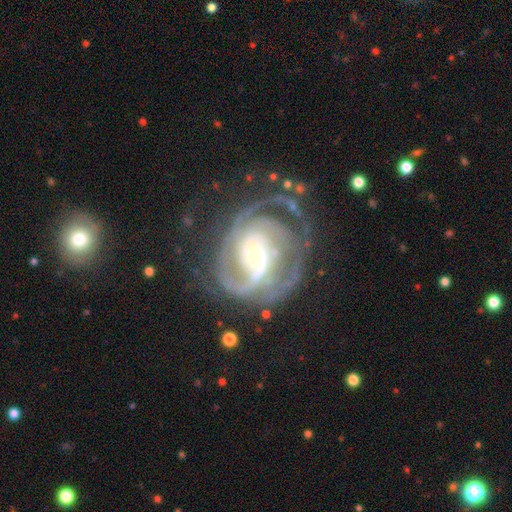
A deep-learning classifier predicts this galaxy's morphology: featured or disk 89%, smooth 6%, star or artifact 5%. Down the decision tree: edge-on disk — no (98%); bar — no (55%); spiral arms — yes (96%); spiral arm count — 2 (42%); spiral winding — tight (51%); bulge size — small (61%); merging — none (58%).